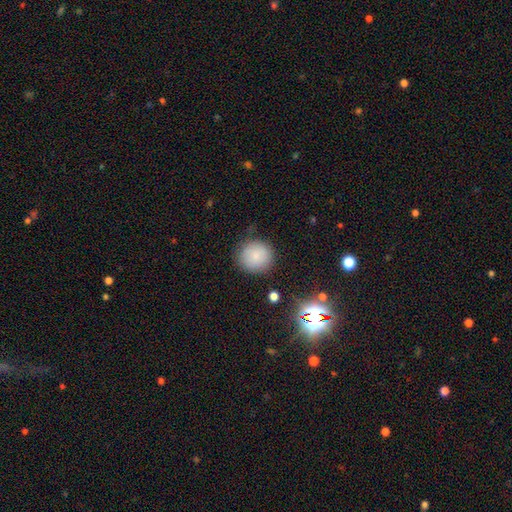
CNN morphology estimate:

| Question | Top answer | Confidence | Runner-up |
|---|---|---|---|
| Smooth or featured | smooth | 85% | star or artifact (9%) |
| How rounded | round | 91% | in between (8%) |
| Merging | none | 82% | minor disturbance (12%) |